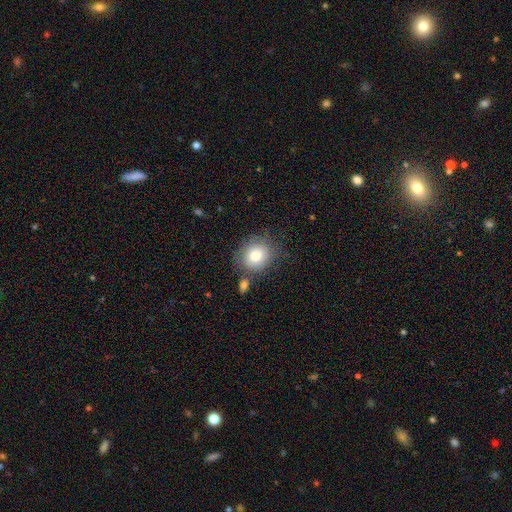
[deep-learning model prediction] A smooth galaxy with no disk features (77%) that is round (81%).

Vote fractions:
- Smooth or featured? smooth: 77% / featured or disk: 14% / star or artifact: 9%
- How rounded? round: 81% / in between: 19% / cigar-shaped: 1%
- Merging? none: 69% / minor disturbance: 15% / merger: 11% / major disturbance: 5%